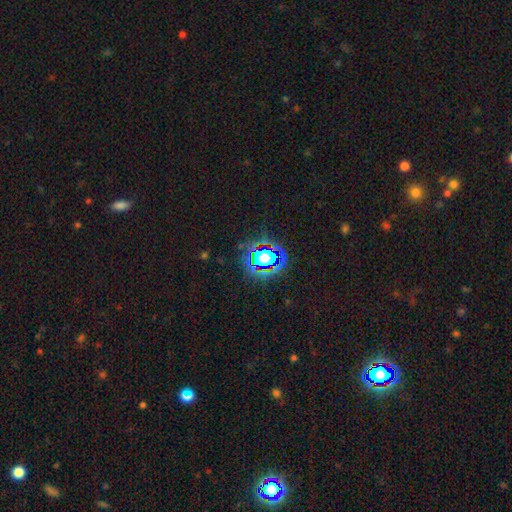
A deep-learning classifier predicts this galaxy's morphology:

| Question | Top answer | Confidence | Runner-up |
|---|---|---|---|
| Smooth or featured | star or artifact | 80% | smooth (13%) |